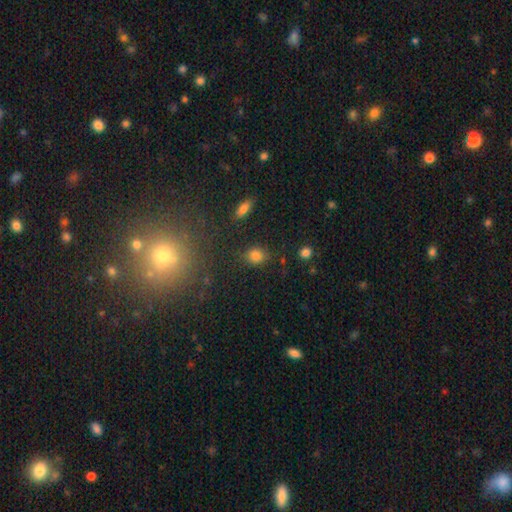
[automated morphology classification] smooth_or_featured: smooth (p=0.81) [alt: star or artifact p=0.13]
how_rounded: round (p=0.60) [alt: in between p=0.38]
merging: none (p=0.77) [alt: minor disturbance p=0.15]